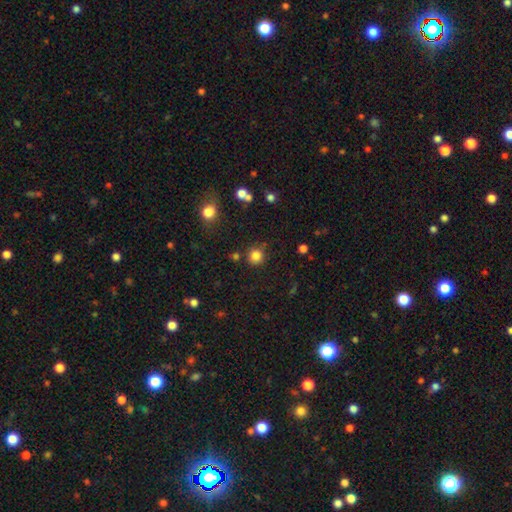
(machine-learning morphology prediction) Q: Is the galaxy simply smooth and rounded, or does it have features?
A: smooth — 82%.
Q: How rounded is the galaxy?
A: round — 91%.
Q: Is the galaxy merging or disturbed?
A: none — 83%.